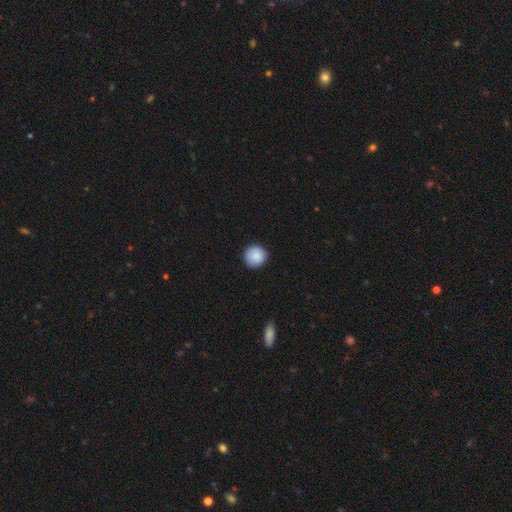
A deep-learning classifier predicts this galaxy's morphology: Smooth or featured? smooth (88%)
How rounded? round (95%)
Merging? none (89%)